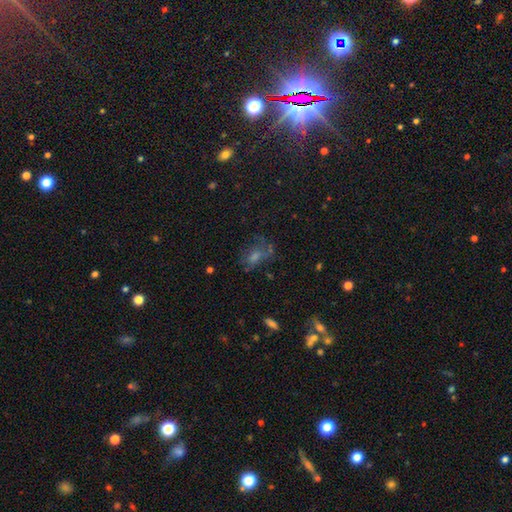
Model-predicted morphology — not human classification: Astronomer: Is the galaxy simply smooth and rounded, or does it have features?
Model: smooth — 51% (runner-up: featured or disk, 31%).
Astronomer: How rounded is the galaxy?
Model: in between — 78%.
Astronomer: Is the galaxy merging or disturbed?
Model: none — 40% (runner-up: major disturbance, 30%).